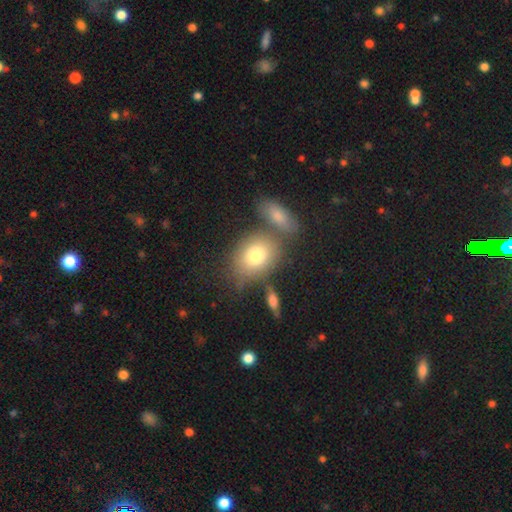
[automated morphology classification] Smooth or featured: smooth — 76% (featured or disk — 14%)
How rounded: in between — 55% (round — 44%)
Merging: none — 61% (merger — 21%)